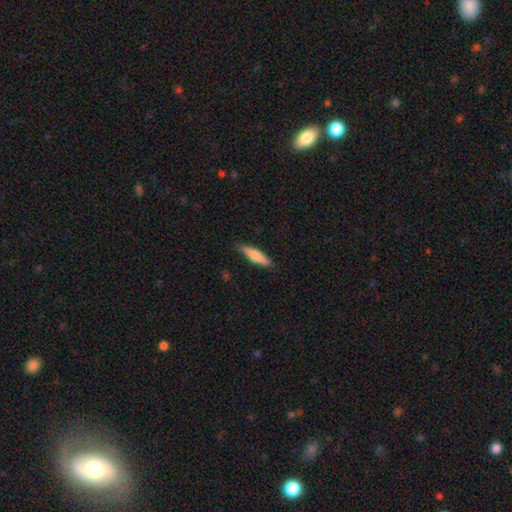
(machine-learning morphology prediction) A smooth galaxy with no disk features (70%) that is cigar-shaped (75%).

Vote fractions:
- Smooth or featured? smooth: 70% / featured or disk: 25% / star or artifact: 5%
- How rounded? cigar-shaped: 75% / in between: 23% / round: 2%
- Merging? none: 86% / minor disturbance: 11% / major disturbance: 2% / merger: 1%